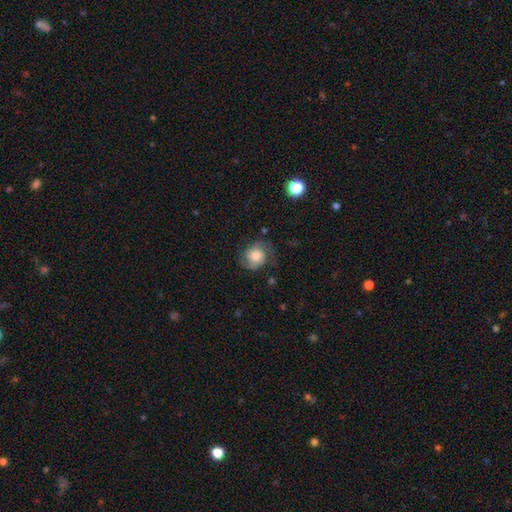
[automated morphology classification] This appears to be a featured or disk galaxy (54%) with no bar (75%), spiral arms (91%) and a moderate central bulge (38%). Merging: none (66%).